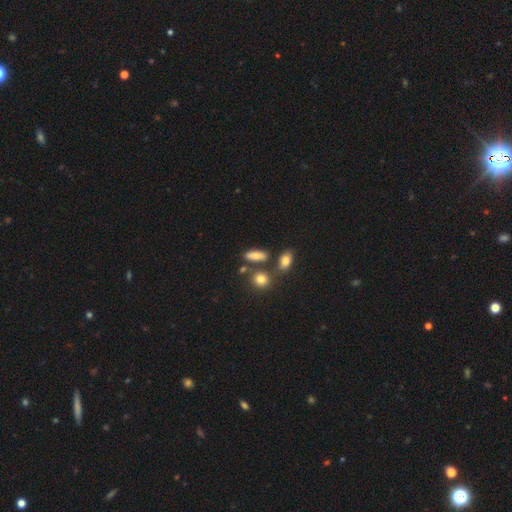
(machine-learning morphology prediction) Smooth or featured? smooth (71%)
How rounded? in between (69%)
Merging? none (67%)